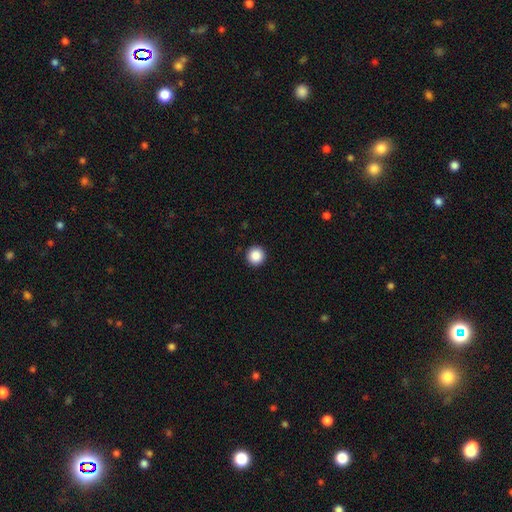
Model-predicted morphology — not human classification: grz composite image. It shows a smooth galaxy with no disk features (88%) that is round (96%). Merging: none (94%).